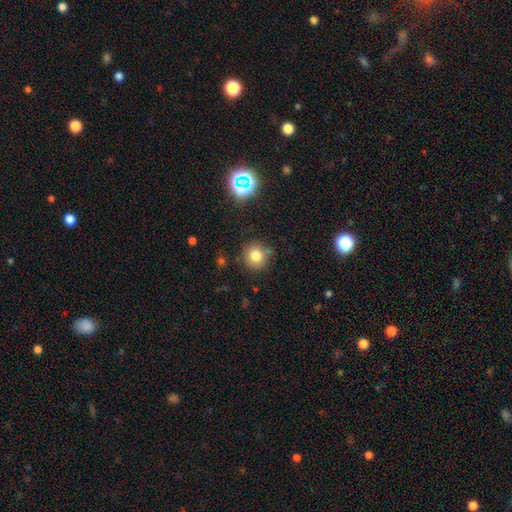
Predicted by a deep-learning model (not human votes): smooth-or-featured: smooth: 77% | star or artifact: 15% | featured or disk: 8%
  how-rounded: round: 90% | in between: 9% | cigar-shaped: 1%
  merging: none: 81% | minor disturbance: 13% | major disturbance: 3% | merger: 3%